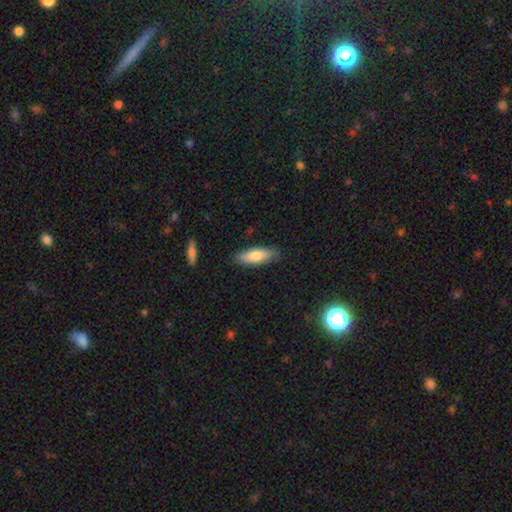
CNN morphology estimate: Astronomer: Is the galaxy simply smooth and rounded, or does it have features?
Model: smooth — 76%.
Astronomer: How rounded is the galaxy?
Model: in between — 57% (runner-up: cigar-shaped, 41%).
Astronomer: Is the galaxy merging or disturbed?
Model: none — 85%.